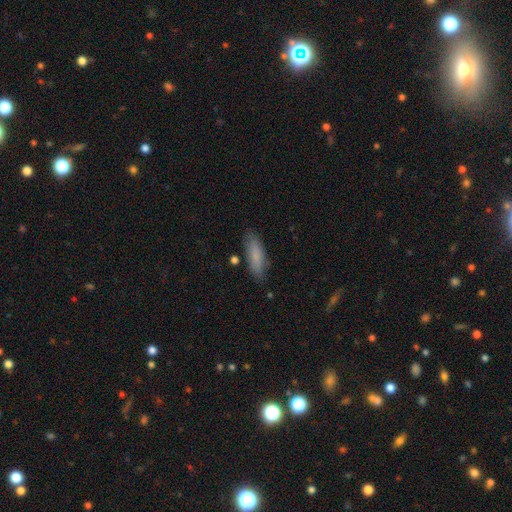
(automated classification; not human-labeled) Smooth or featured? smooth (81%)
How rounded? in between (50%)
Merging? none (82%)